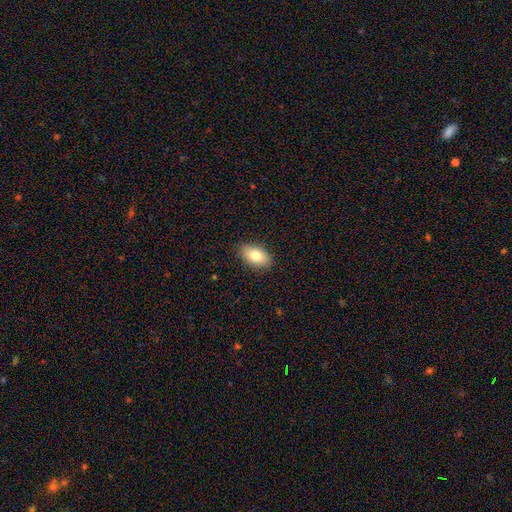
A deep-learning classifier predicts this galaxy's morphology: A smooth galaxy with no disk features (80%) that is in between round and cigar-shaped (92%). Merging: none (88%).